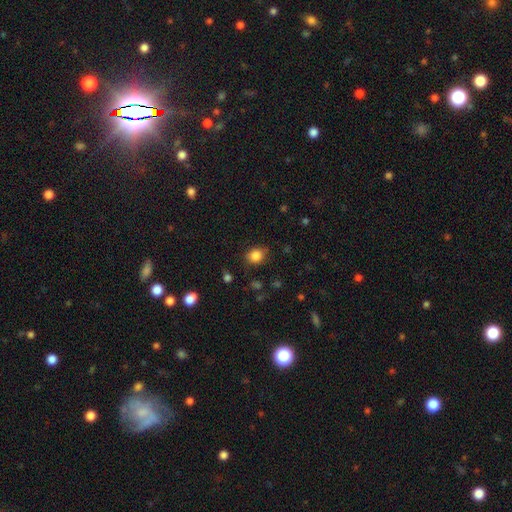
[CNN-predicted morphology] Smooth or featured?
  - smooth: 84% *
  - star or artifact: 11%
  - featured or disk: 5%
How rounded?
  - round: 64% *
  - in between: 35%
  - cigar-shaped: 1%
Merging?
  - none: 80% *
  - minor disturbance: 14%
  - major disturbance: 4%
  - merger: 2%